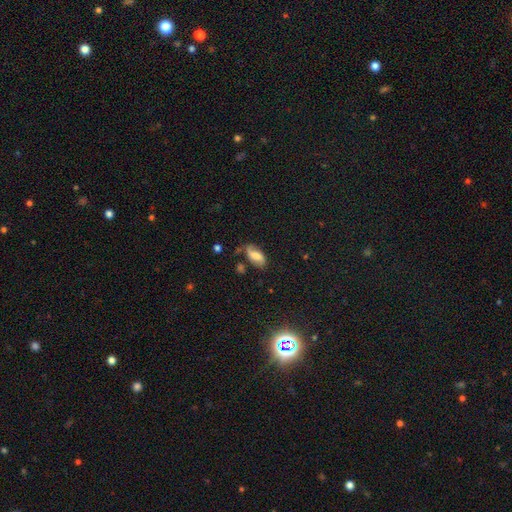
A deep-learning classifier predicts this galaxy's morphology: Smooth or featured: smooth — 61% (featured or disk — 29%)
How rounded: in between — 90% (cigar-shaped — 7%)
Merging: none — 54% (minor disturbance — 30%)